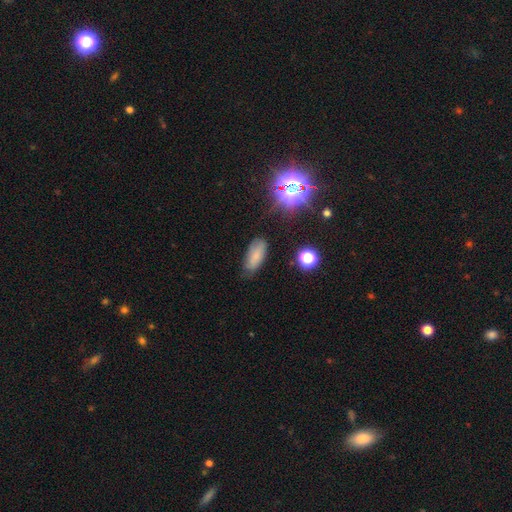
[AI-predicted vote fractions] smooth_or_featured: smooth (p=0.75) [alt: star or artifact p=0.14]
how_rounded: in between (p=0.85) [alt: cigar-shaped p=0.12]
merging: none (p=0.71) [alt: minor disturbance p=0.22]